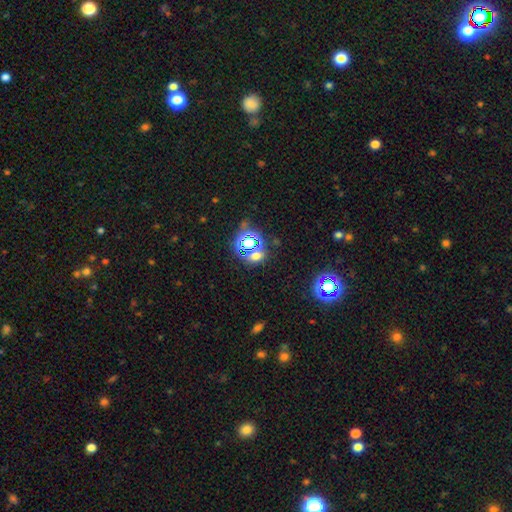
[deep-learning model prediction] This appears to be a star or artifact, not a galaxy (56%).